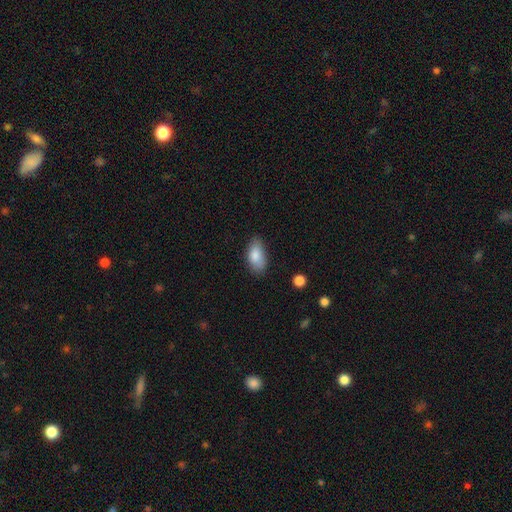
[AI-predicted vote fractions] Morphology: type=smooth (85%); roundness=in between (91%); merging=none (72%).